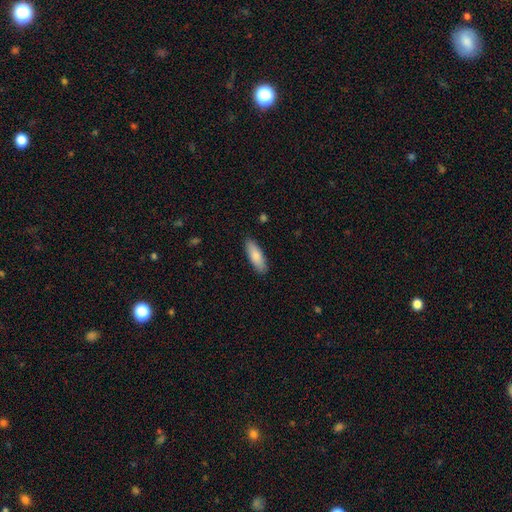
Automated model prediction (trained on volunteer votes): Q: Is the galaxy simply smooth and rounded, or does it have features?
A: smooth — 83%.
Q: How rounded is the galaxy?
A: in between — 58%.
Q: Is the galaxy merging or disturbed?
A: none — 88%.